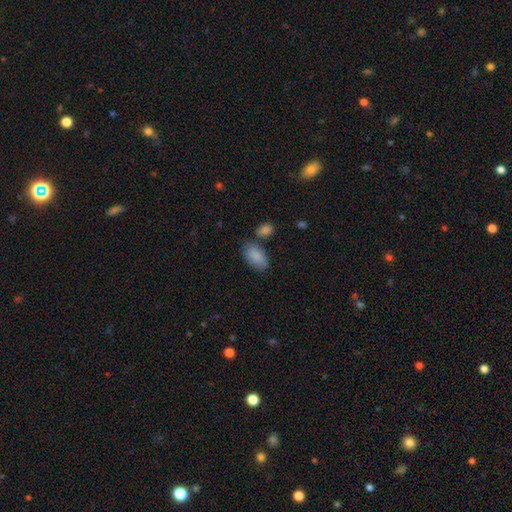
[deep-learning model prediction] Morphology: type=smooth (87%); roundness=in between (95%); merging=none (65%).